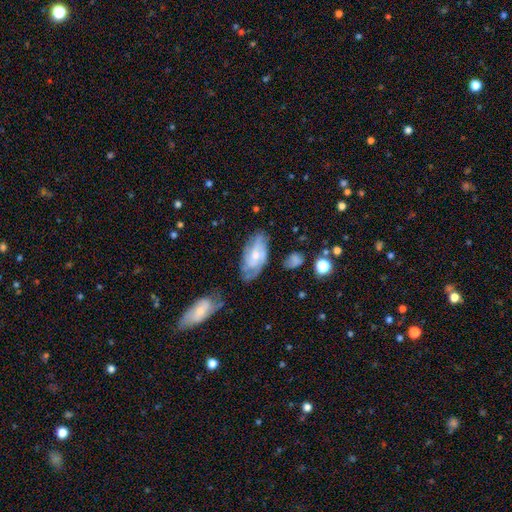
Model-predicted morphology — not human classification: featured or disk 65%, smooth 28%, star or artifact 7%. Down the decision tree: edge-on disk — no (93%); bar — no (66%); spiral arms — yes (85%); spiral arm count — can't tell (42%); spiral winding — tight (46%); bulge size — small (53%); merging — none (58%).